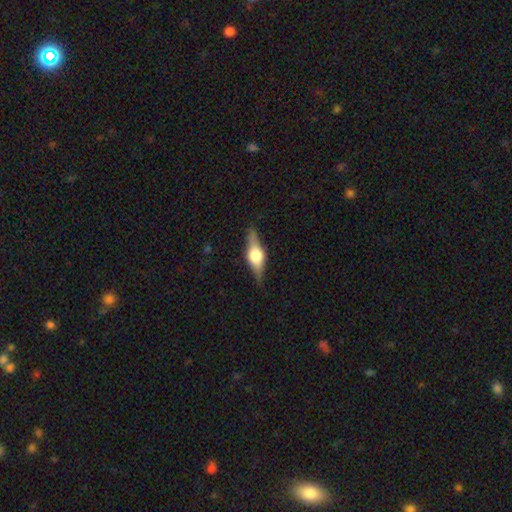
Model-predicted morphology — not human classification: A featured or disk galaxy (69%) viewed edge-on (96%) with a rounded central bulge (90%). Merging: none (83%).